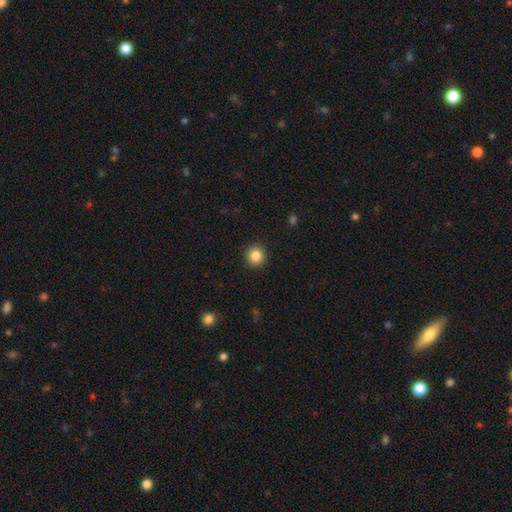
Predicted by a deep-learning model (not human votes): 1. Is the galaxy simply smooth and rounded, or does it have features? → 85% smooth, 10% star or artifact, 5% featured or disk.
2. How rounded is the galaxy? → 94% round, 5% in between, 1% cigar-shaped.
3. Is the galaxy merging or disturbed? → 92% none, 5% minor disturbance, 2% major disturbance, 1% merger.